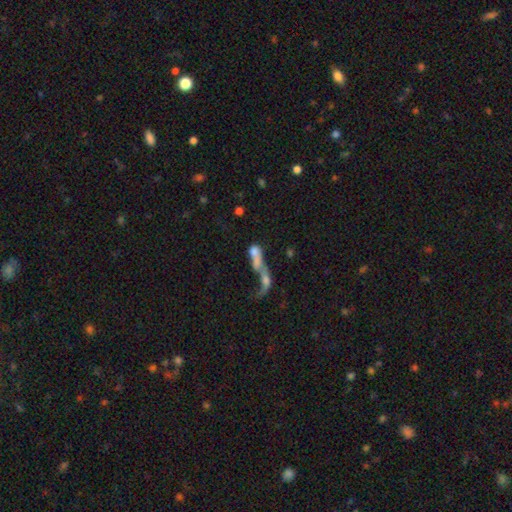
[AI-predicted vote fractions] smooth_or_featured: smooth (p=0.50) [alt: featured or disk p=0.36]
merging: merger (p=0.69) [alt: major disturbance p=0.17]